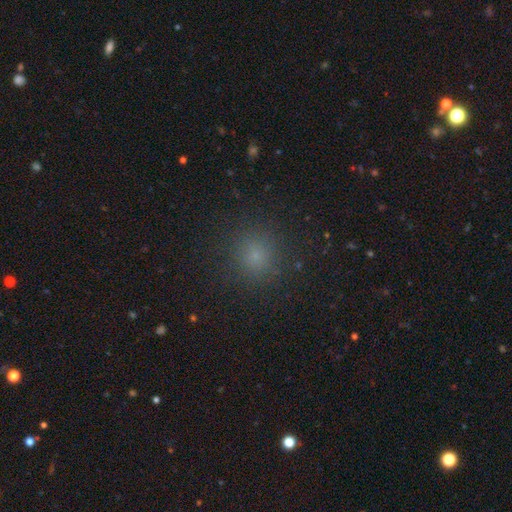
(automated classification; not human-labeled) Smooth or featured? Predicted: smooth (p=0.74). How rounded? Predicted: round (p=0.91). Merging? Predicted: none (p=0.89).